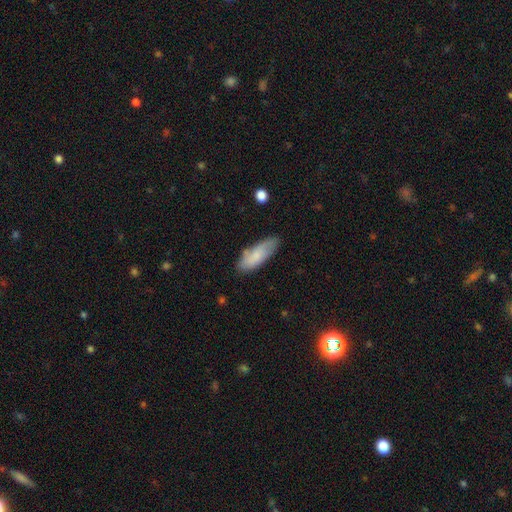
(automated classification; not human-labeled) Smooth or featured? Predicted: smooth (p=0.77). How rounded? Predicted: in between (p=0.69). Merging? Predicted: none (p=0.72).